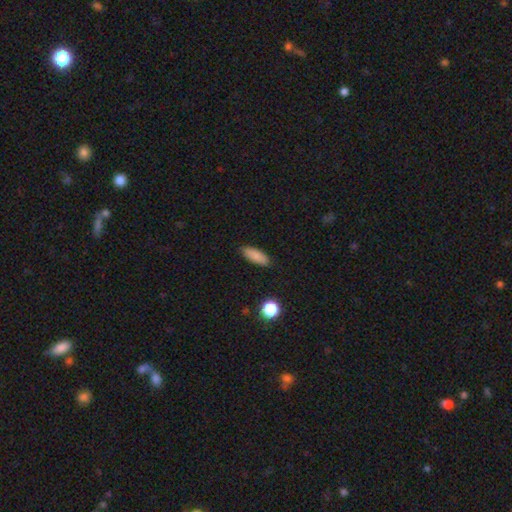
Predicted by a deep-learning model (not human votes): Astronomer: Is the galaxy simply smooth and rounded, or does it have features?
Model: smooth — 85%.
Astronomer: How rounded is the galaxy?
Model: in between — 71%.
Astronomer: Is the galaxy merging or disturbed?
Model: none — 86%.